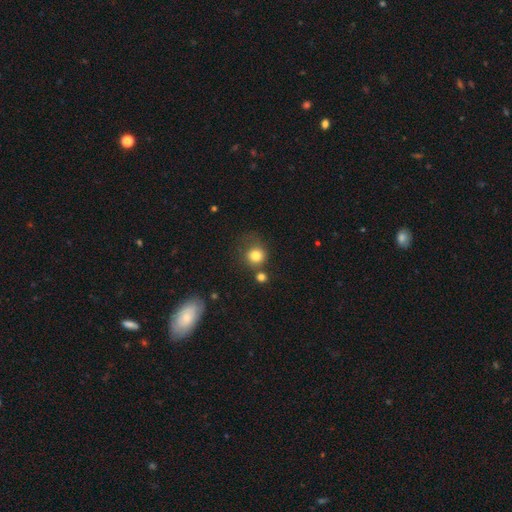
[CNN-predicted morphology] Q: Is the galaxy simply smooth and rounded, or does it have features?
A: smooth — 80%.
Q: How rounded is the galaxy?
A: round — 88%.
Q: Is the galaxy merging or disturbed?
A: none — 60%.